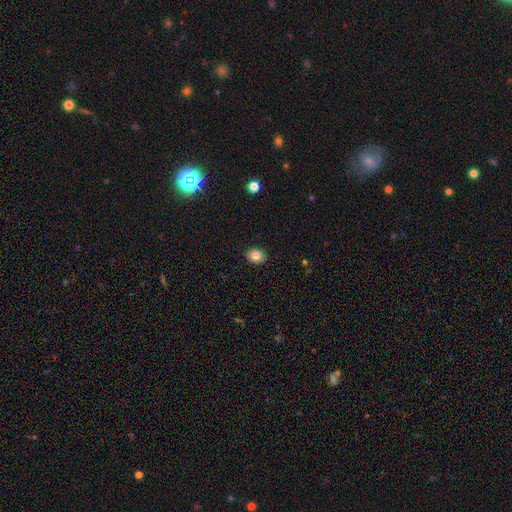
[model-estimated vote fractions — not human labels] This is clearly a smooth galaxy (84%). How rounded: possibly in between (52%). Merging: clearly none (90%).